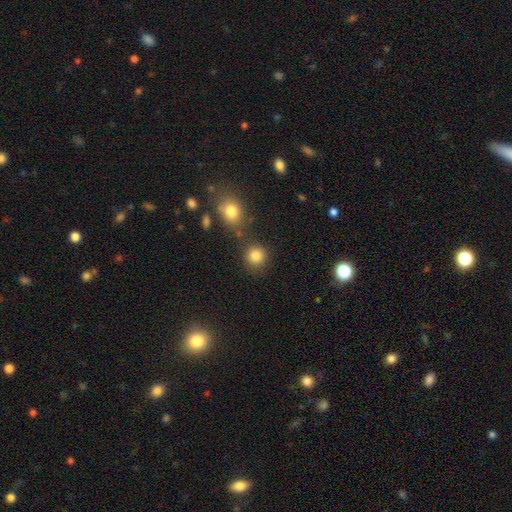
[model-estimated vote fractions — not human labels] Smooth or featured? smooth (84%)
How rounded? round (88%)
Merging? none (75%)